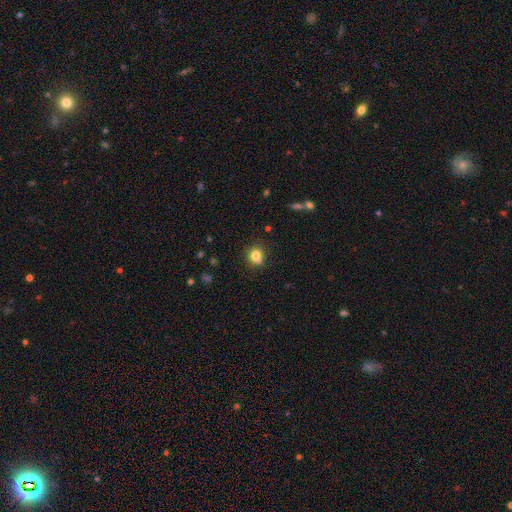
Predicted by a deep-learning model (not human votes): Morphology: type=smooth (79%); roundness=round (81%); merging=none (65%).